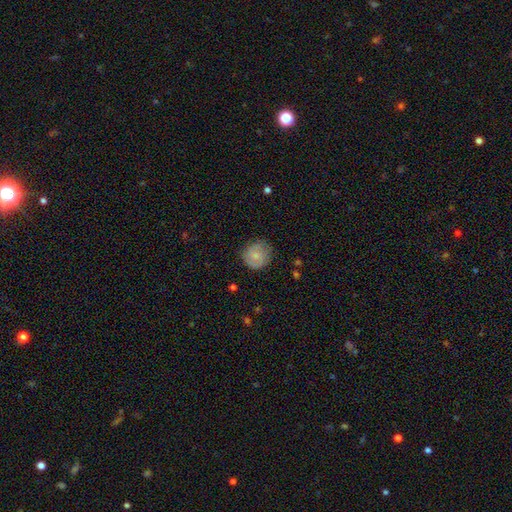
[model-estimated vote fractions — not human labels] The model was most divided on "smooth or featured": smooth: 56%, featured or disk: 37%, star or artifact: 7%. More confident: how rounded — round (88%); merging — none (76%).